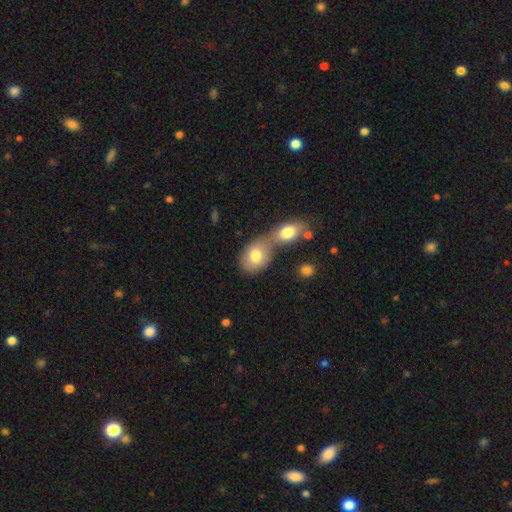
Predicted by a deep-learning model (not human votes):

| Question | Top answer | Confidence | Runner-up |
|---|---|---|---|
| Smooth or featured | smooth | 76% | featured or disk (17%) |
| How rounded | in between | 69% | round (29%) |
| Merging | merger | 63% | none (24%) |